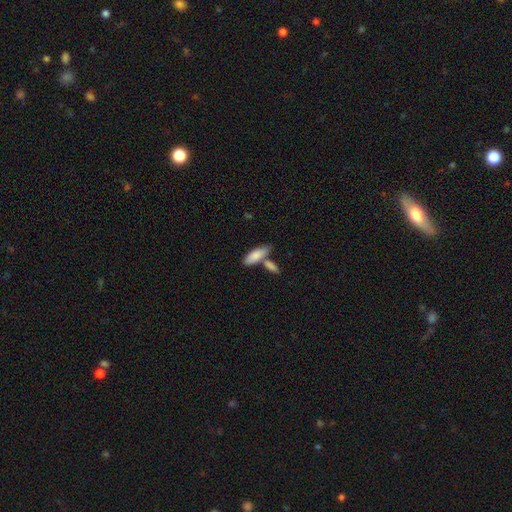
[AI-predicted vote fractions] A smooth galaxy with no disk features (83%) that is in between round and cigar-shaped (68%).

Vote fractions:
- Smooth or featured? smooth: 83% / featured or disk: 11% / star or artifact: 6%
- How rounded? in between: 68% / cigar-shaped: 30% / round: 2%
- Merging? none: 52% / merger: 32% / minor disturbance: 12% / major disturbance: 4%